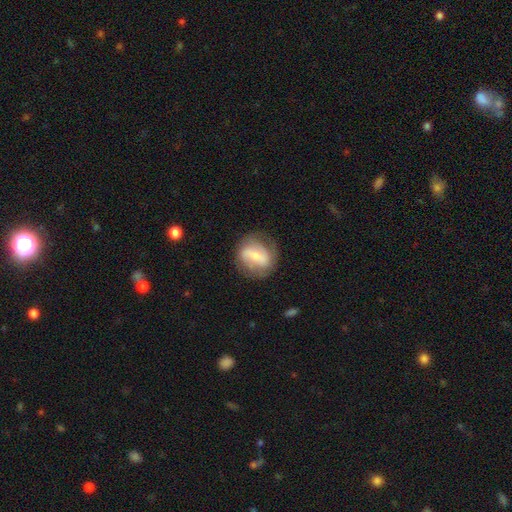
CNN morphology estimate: The model was most divided on "bar": strong: 42%, weak: 38%, no: 19%. More confident: edge-on disk — no (95%); spiral arms — yes (73%); merging — none (70%); smooth or featured — featured or disk (60%); bulge size — small (52%).